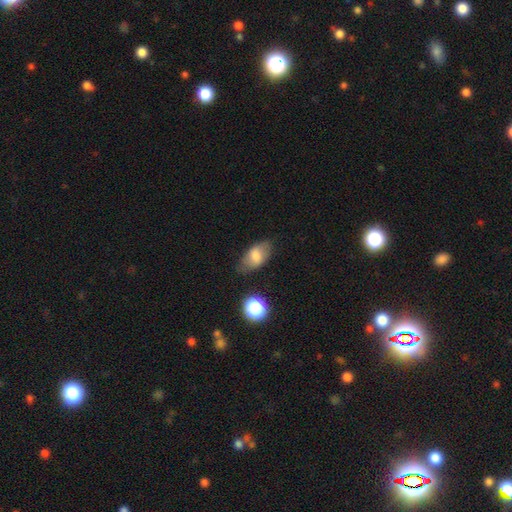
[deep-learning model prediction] The model was most divided on "smooth or featured": smooth: 68%, featured or disk: 22%, star or artifact: 9%. More confident: how rounded — in between (88%); merging — none (70%).